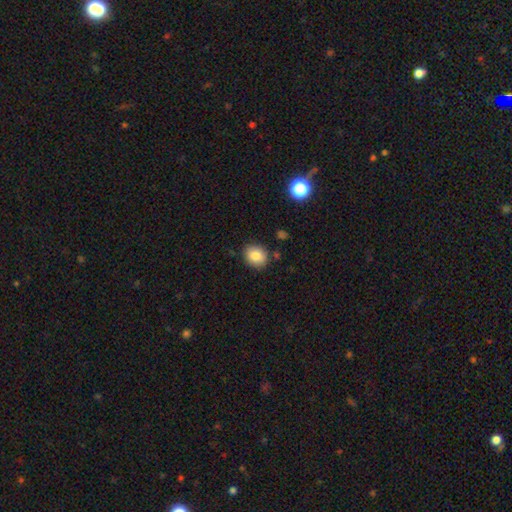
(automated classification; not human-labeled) Morphology: type=smooth (85%); roundness=round (59%); merging=none (85%).